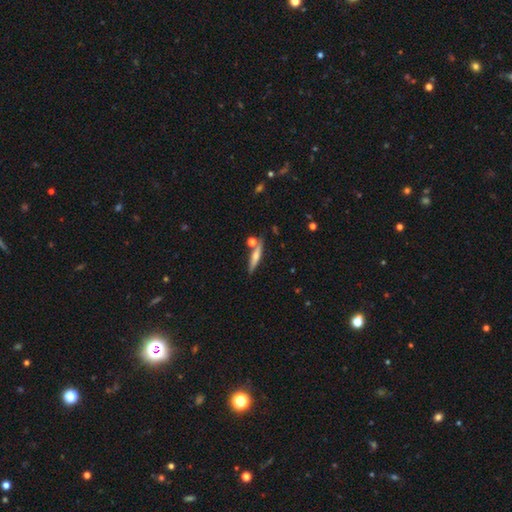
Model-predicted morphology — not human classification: The model was most divided on "smooth or featured": smooth: 51%, featured or disk: 42%, star or artifact: 7%. More confident: how rounded — cigar-shaped (88%); merging — none (78%).